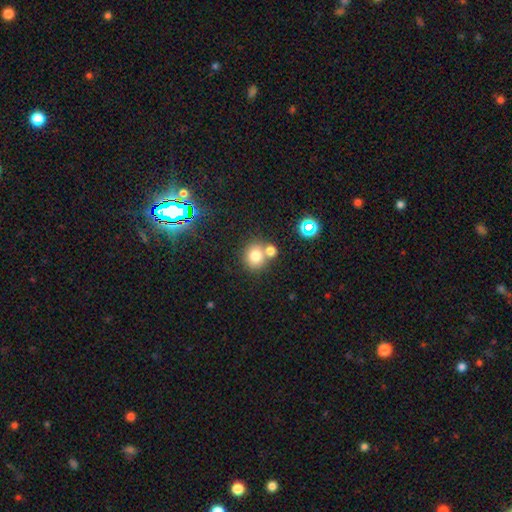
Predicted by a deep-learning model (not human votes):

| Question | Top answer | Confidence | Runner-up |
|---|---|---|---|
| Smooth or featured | smooth | 76% | star or artifact (14%) |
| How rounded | round | 83% | in between (16%) |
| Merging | none | 56% | merger (33%) |